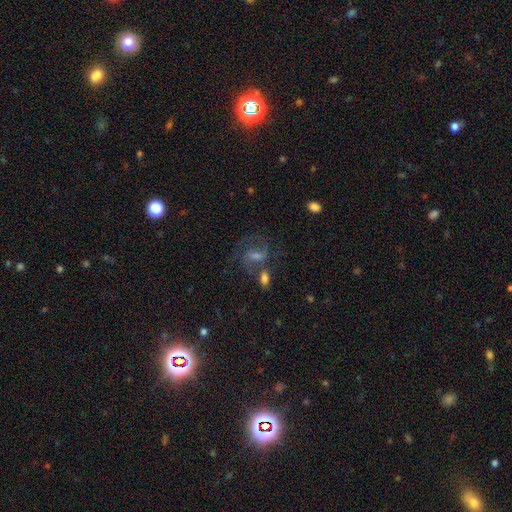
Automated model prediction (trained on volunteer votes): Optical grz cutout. It shows a featured or disk galaxy (56%) with a weak bar (48%), spiral arms (81%) and a moderate central bulge (40%). Merging: none (50%).